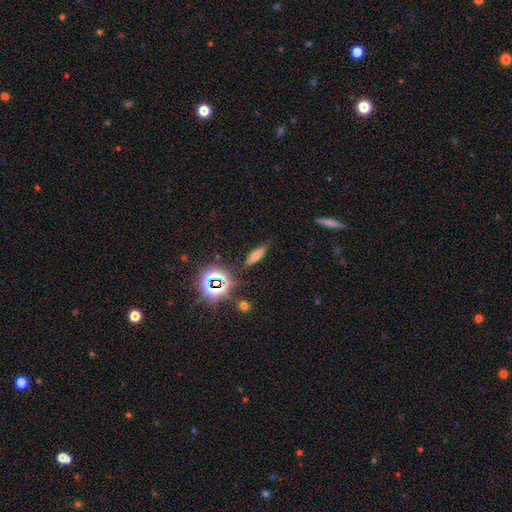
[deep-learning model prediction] smooth_or_featured: smooth (p=0.60) [alt: star or artifact p=0.22]
how_rounded: cigar-shaped (p=0.54) [alt: in between p=0.41]
merging: none (p=0.80) [alt: minor disturbance p=0.14]